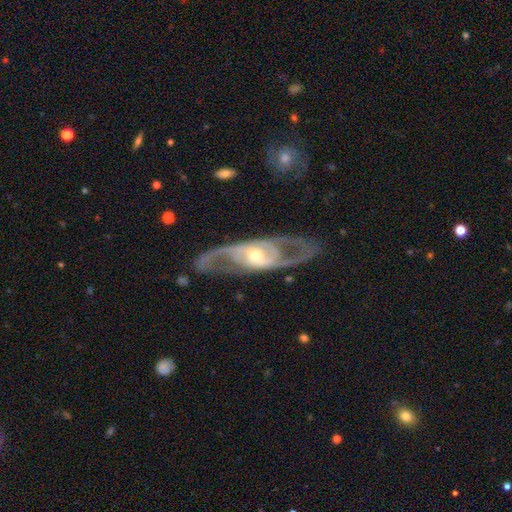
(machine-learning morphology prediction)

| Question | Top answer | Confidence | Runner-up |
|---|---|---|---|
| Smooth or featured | featured or disk | 86% | smooth (9%) |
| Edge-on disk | no | 87% | yes (13%) |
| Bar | no | 56% | weak (29%) |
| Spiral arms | yes | 82% | no (18%) |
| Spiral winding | medium | 46% | loose (30%) |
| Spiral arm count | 2 | 82% | can't tell (9%) |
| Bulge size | moderate | 61% | small (32%) |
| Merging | none | 72% | minor disturbance (14%) |